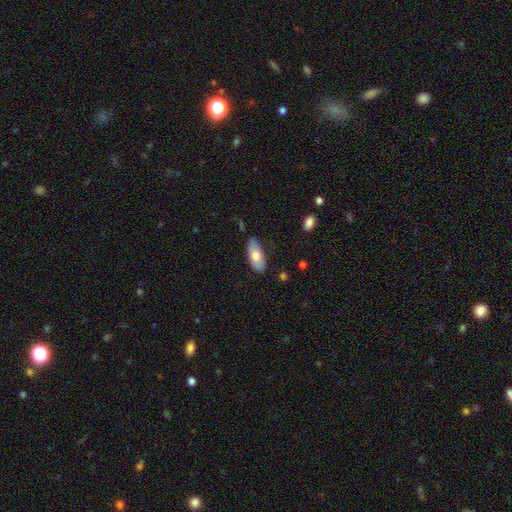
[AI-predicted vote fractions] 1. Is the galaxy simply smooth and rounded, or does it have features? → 72% smooth, 22% featured or disk, 6% star or artifact.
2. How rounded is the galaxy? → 86% in between, 12% cigar-shaped, 2% round.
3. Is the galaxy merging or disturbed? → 80% none, 16% minor disturbance, 3% major disturbance, 2% merger.